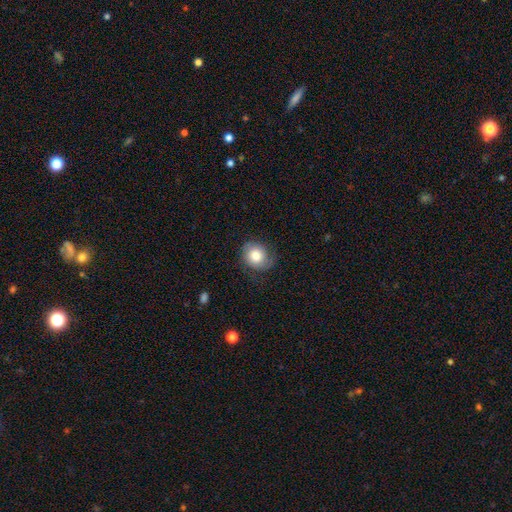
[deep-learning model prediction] A smooth galaxy with no disk features (69%) that is round (72%).

Vote fractions:
- Smooth or featured? smooth: 69% / featured or disk: 23% / star or artifact: 8%
- How rounded? round: 72% / in between: 27% / cigar-shaped: 1%
- Merging? none: 65% / minor disturbance: 24% / major disturbance: 10% / merger: 1%